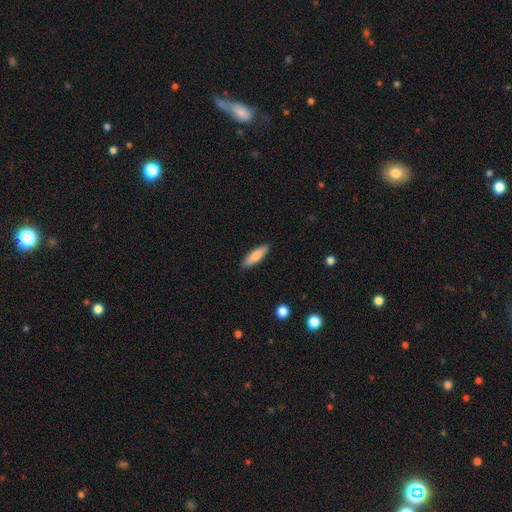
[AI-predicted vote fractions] Smooth or featured? Predicted: smooth (p=0.79). How rounded? Predicted: cigar-shaped (p=0.62). Merging? Predicted: none (p=0.89).